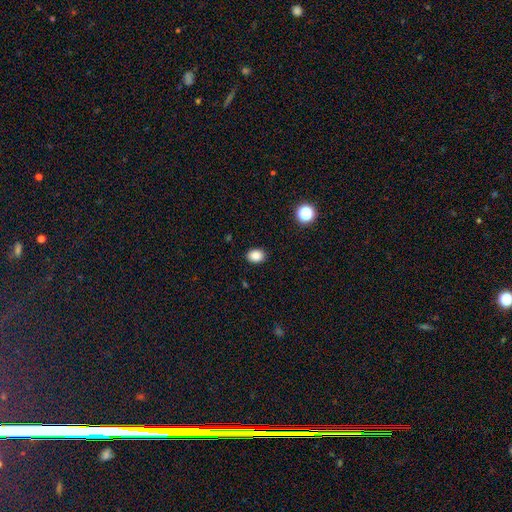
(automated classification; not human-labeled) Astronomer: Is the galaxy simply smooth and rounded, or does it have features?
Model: smooth — 86%.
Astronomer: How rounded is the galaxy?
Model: in between — 63%.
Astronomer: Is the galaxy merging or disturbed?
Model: none — 90%.